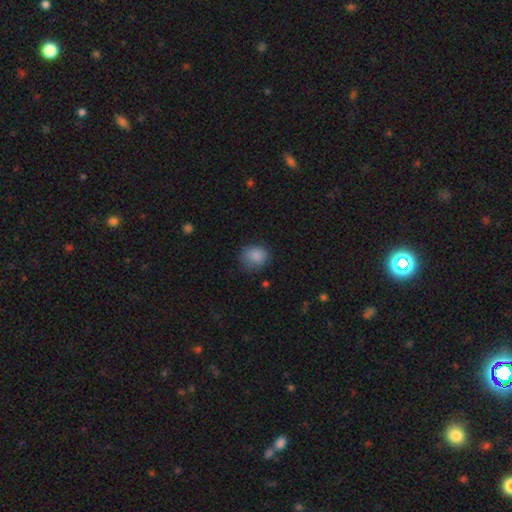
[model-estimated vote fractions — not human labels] A smooth galaxy with no disk features (86%) that is round (66%).

Vote fractions:
- Smooth or featured? smooth: 86% / star or artifact: 9% / featured or disk: 5%
- How rounded? round: 66% / in between: 33% / cigar-shaped: 1%
- Merging? none: 73% / minor disturbance: 20% / major disturbance: 5% / merger: 1%